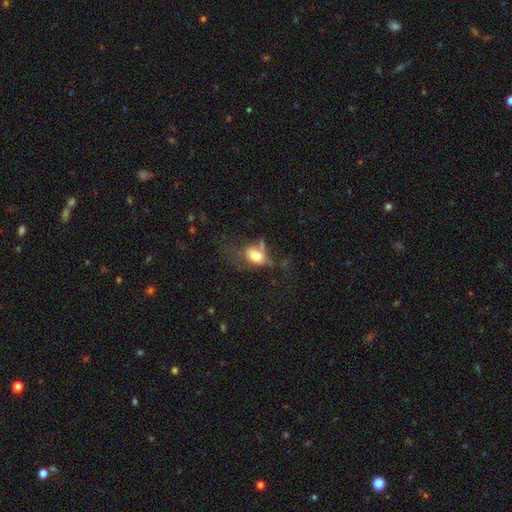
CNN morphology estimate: smooth 69%, featured or disk 20%, star or artifact 11%. Down the decision tree: how rounded — in between (82%); merging — major disturbance (37%).